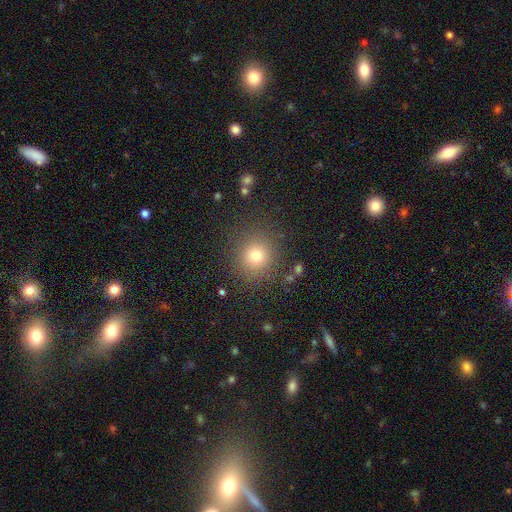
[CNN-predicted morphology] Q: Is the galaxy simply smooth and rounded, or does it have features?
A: smooth — 75%.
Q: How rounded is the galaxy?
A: round — 90%.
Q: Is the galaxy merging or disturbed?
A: none — 87%.